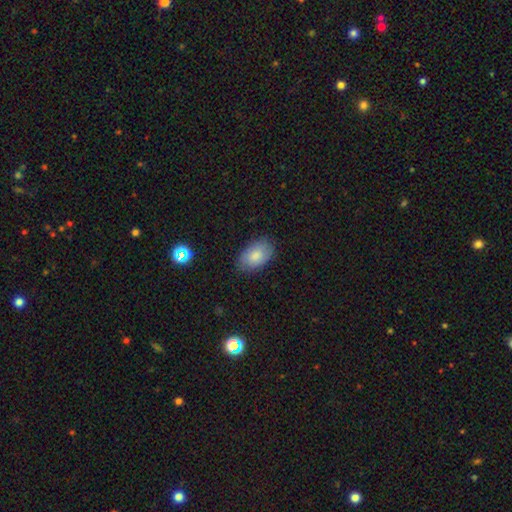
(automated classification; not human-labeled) smooth-or-featured: smooth: 80% | featured or disk: 13% | star or artifact: 7%
  how-rounded: in between: 93% | round: 6% | cigar-shaped: 1%
  merging: none: 81% | minor disturbance: 15% | major disturbance: 3% | merger: 1%